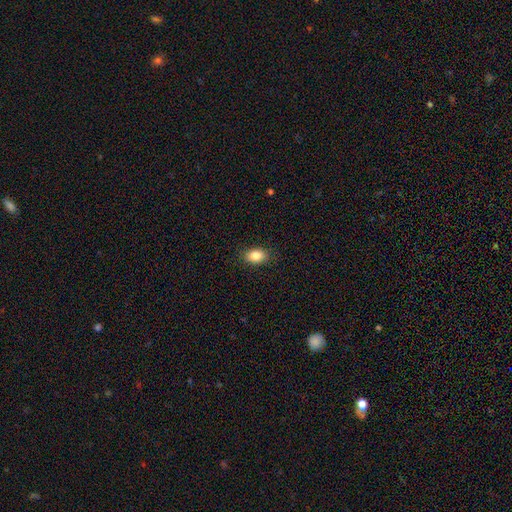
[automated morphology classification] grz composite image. It shows a smooth galaxy with no disk features (85%) that is in between round and cigar-shaped (85%). Merging: none (88%).